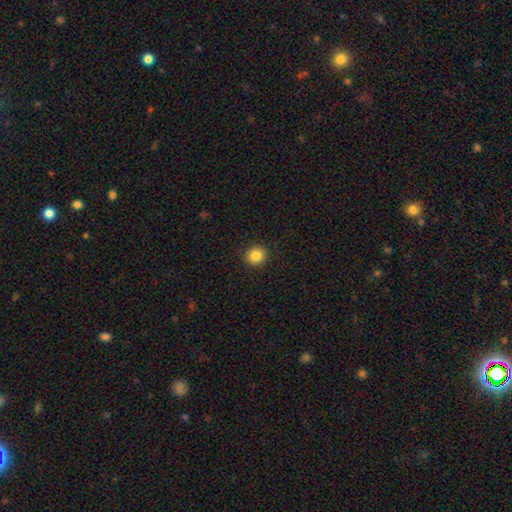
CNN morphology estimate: A smooth galaxy with no disk features (85%) that is round (88%).

Vote fractions:
- Smooth or featured? smooth: 85% / star or artifact: 10% / featured or disk: 5%
- How rounded? round: 88% / in between: 11% / cigar-shaped: 1%
- Merging? none: 92% / minor disturbance: 5% / major disturbance: 2% / merger: 1%